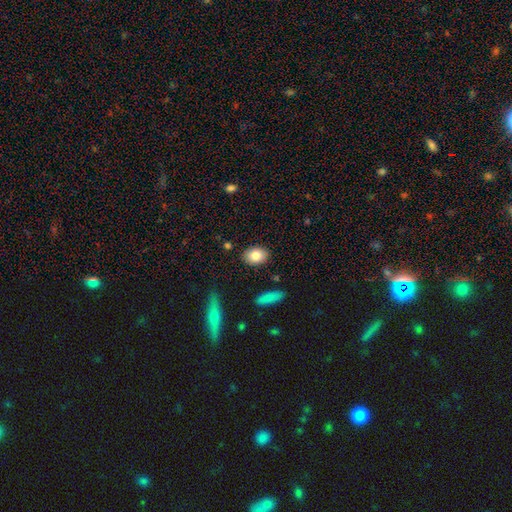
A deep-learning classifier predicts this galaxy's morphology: Smooth or featured? smooth (81%)
How rounded? in between (76%)
Merging? none (87%)